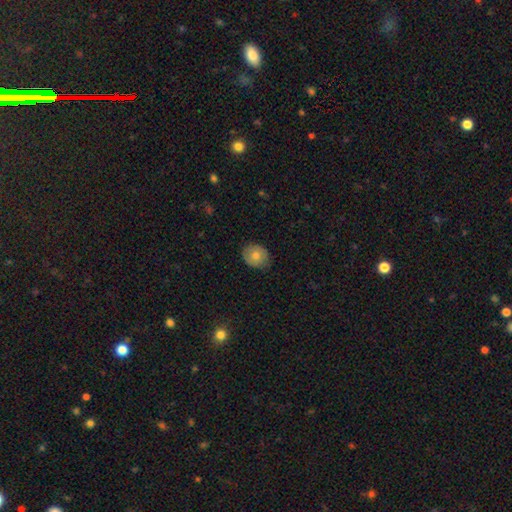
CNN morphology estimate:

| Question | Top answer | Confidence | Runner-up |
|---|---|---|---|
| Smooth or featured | smooth | 72% | featured or disk (20%) |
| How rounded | round | 63% | in between (36%) |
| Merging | none | 79% | minor disturbance (17%) |